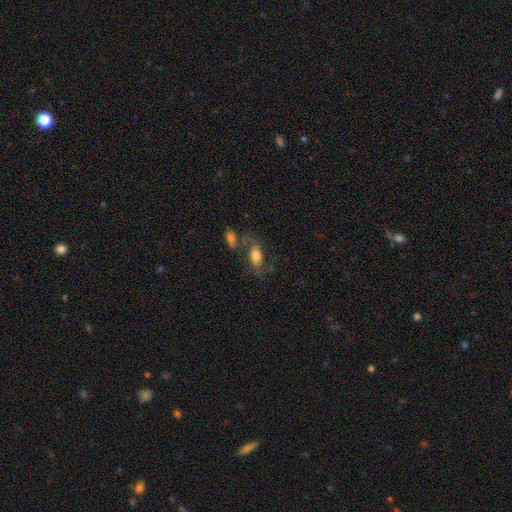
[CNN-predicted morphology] type=smooth (58%); roundness=in between (80%); merging=none (49%).